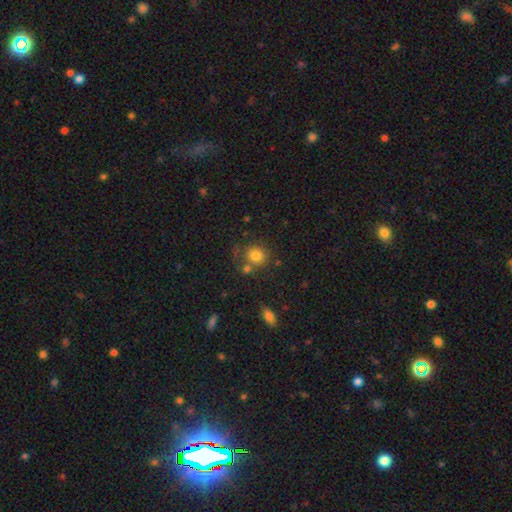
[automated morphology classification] Q: Smooth or featured?
A: smooth (80%); runner-up: star or artifact (11%)
Q: How rounded?
A: round (80%); runner-up: in between (19%)
Q: Merging?
A: none (65%); runner-up: merger (15%)